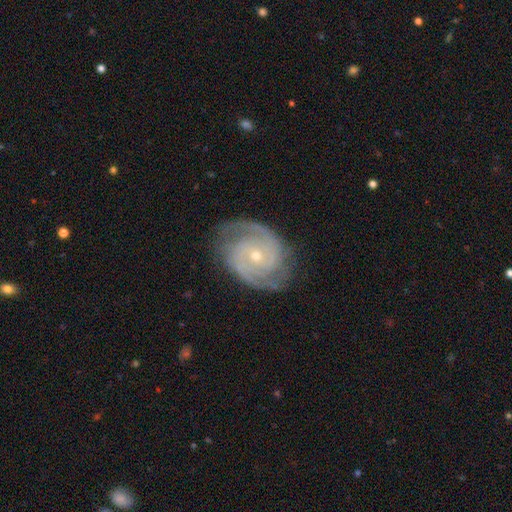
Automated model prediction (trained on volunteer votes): Smooth or featured? Predicted: featured or disk (p=0.90). Edge-on disk? Predicted: no (p=0.98). Bar? Predicted: no (p=0.66). Spiral arms? Predicted: yes (p=0.98). Spiral winding? Predicted: tight (p=0.59). Spiral arm count? Predicted: 2 (p=0.65). Bulge size? Predicted: small (p=0.67). Merging? Predicted: none (p=0.79).